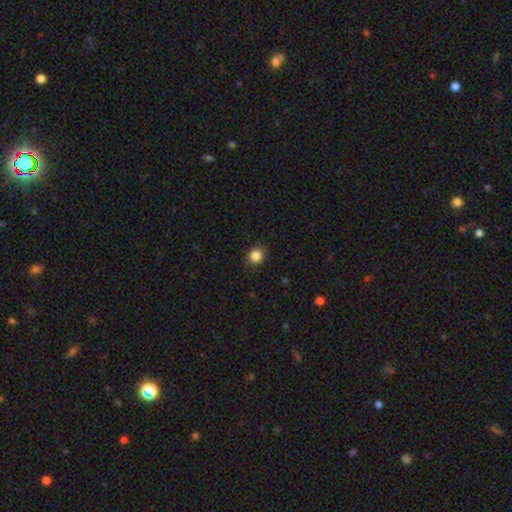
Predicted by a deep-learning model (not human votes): Overall: smooth (86%). How rounded: round (81%). Merging: none (88%).